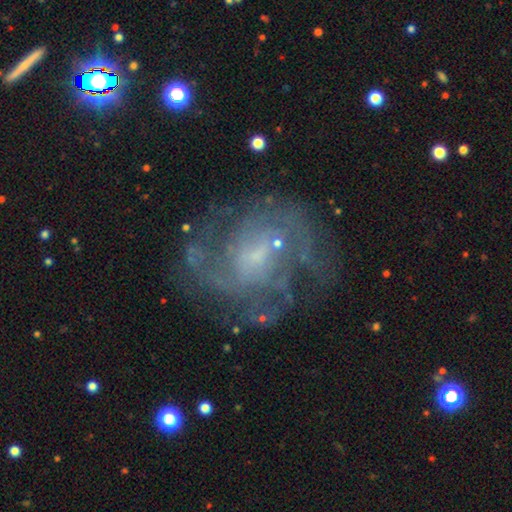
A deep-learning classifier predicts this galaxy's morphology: Smooth or featured? featured or disk (82%)
Edge-on disk? no (98%)
Bar? no (47%)
Spiral arms? yes (90%)
Spiral winding? medium (45%)
Spiral arm count? can't tell (32%)
Bulge size? small (53%)
Merging? none (68%)